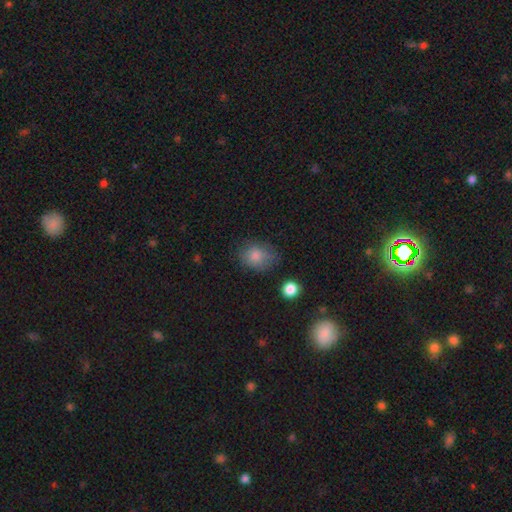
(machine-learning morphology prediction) A smooth galaxy with no disk features (80%) that is in between round and cigar-shaped (54%).

Vote fractions:
- Smooth or featured? smooth: 80% / star or artifact: 11% / featured or disk: 8%
- How rounded? in between: 54% / round: 45% / cigar-shaped: 1%
- Merging? none: 66% / minor disturbance: 25% / major disturbance: 7% / merger: 3%